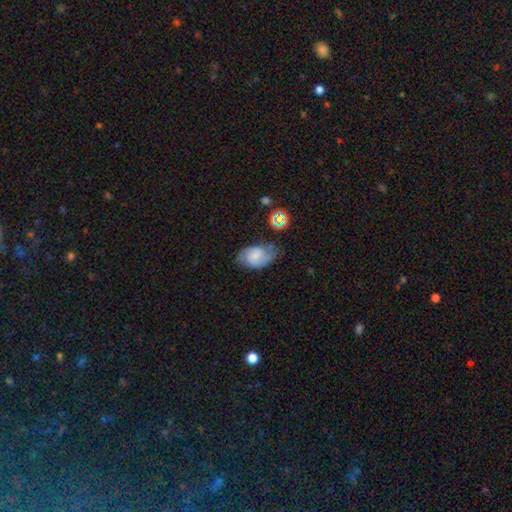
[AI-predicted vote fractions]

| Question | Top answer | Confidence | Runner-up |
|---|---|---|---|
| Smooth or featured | featured or disk | 46% | smooth (43%) |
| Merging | none | 59% | minor disturbance (27%) |